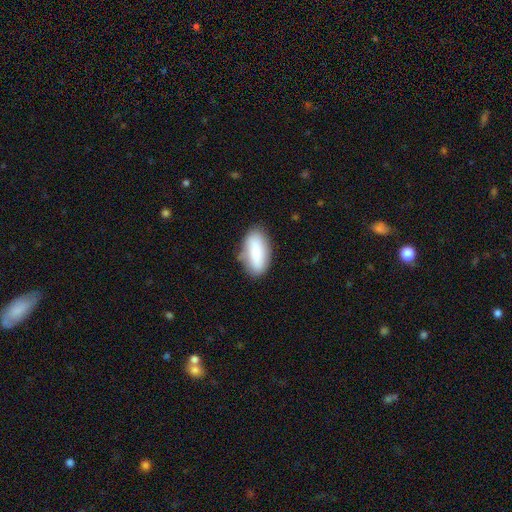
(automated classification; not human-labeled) This is likely a smooth galaxy (76%). How rounded: clearly in between (89%). Merging: likely none (72%).